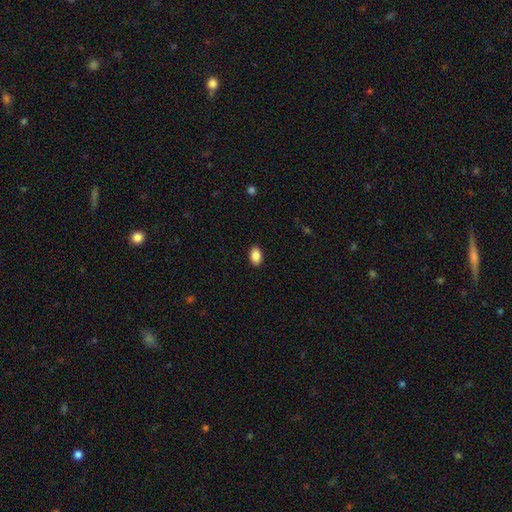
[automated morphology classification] Smooth or featured: smooth — 88% (star or artifact — 8%)
How rounded: in between — 90% (round — 9%)
Merging: none — 90% (minor disturbance — 7%)